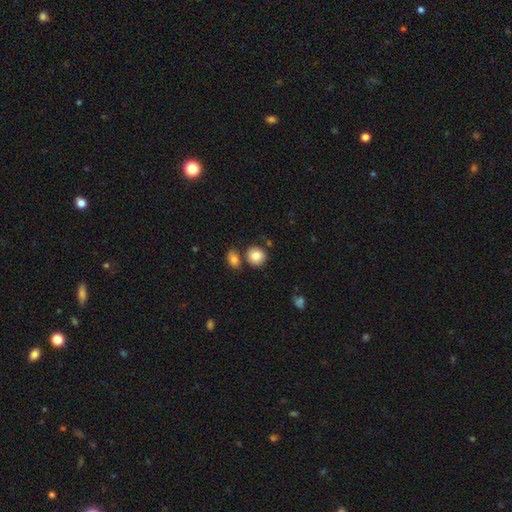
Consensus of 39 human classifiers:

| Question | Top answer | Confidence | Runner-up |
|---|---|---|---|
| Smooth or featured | smooth | 95% | star or artifact (5%) |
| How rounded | round | 89% | in between (11%) |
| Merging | none | 62% | merger (22%) |